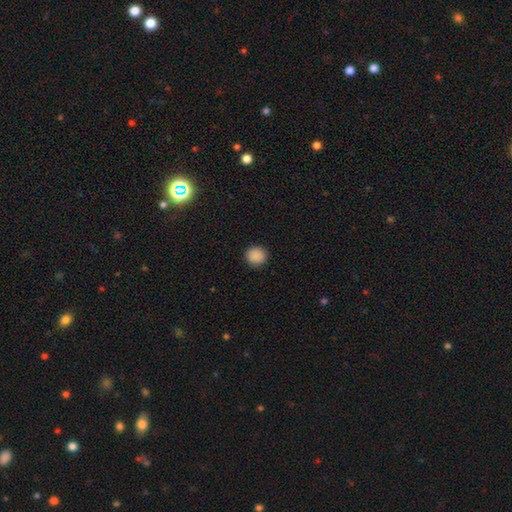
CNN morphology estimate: A smooth galaxy with no disk features (88%) that is round (89%).

Vote fractions:
- Smooth or featured? smooth: 88% / star or artifact: 9% / featured or disk: 2%
- How rounded? round: 89% / in between: 10% / cigar-shaped: 1%
- Merging? none: 90% / minor disturbance: 7% / major disturbance: 2% / merger: 1%